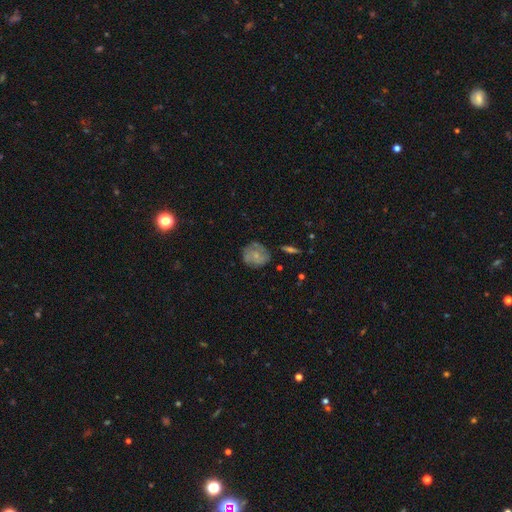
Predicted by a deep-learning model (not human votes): smooth 51%, featured or disk 41%, star or artifact 8%. Down the decision tree: how rounded — round (80%); merging — none (68%).